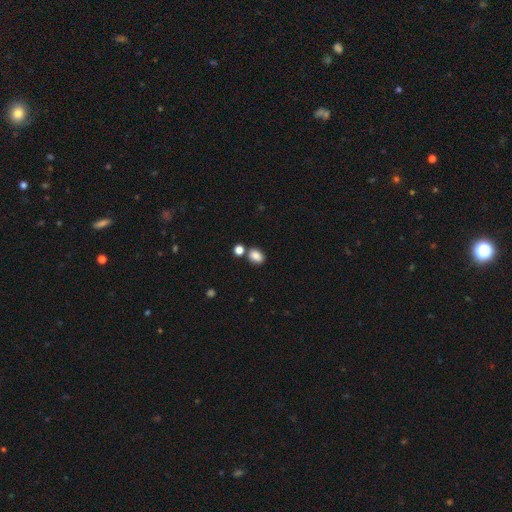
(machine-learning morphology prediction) smooth 83%, star or artifact 10%, featured or disk 7%. Down the decision tree: how rounded — in between (68%); merging — none (69%).